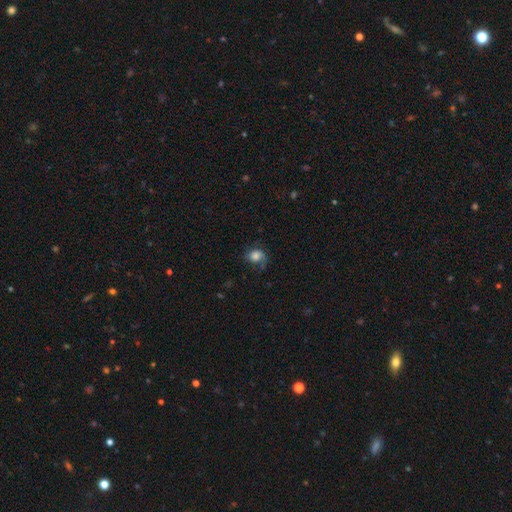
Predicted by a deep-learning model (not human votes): Smooth or featured? Predicted: smooth (p=0.59). How rounded? Predicted: round (p=0.56). Merging? Predicted: none (p=0.49).